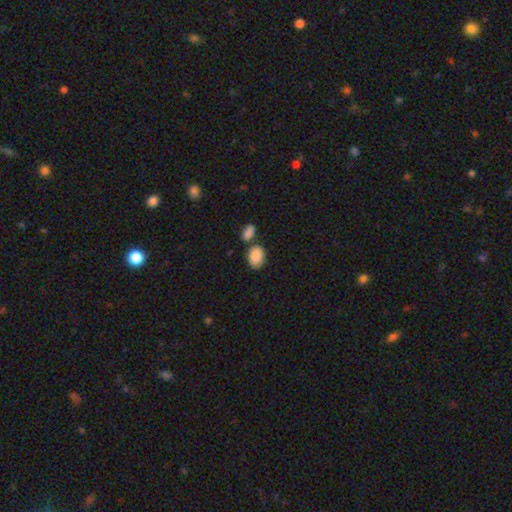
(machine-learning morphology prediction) Smooth or featured: smooth — 88% (star or artifact — 7%)
How rounded: in between — 83% (round — 15%)
Merging: none — 59% (merger — 23%)